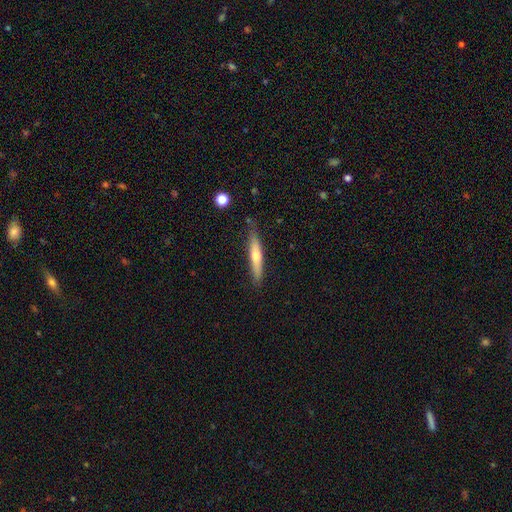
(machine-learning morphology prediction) This appears to be a featured or disk galaxy (47%). Merging: none (85%).